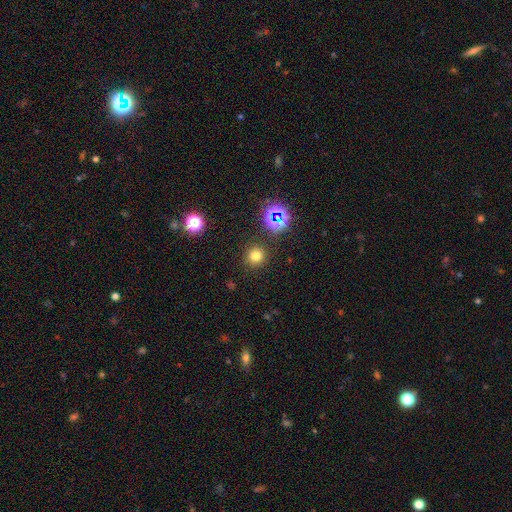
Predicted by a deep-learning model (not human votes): This is likely a smooth galaxy (72%). How rounded: clearly round (94%). Merging: clearly none (89%).